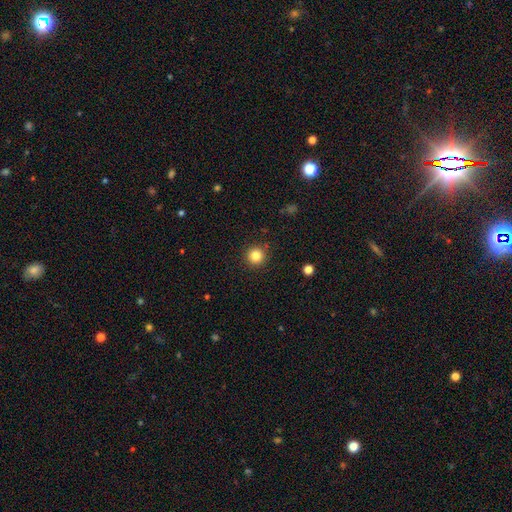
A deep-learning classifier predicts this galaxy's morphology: Q: Smooth or featured?
A: smooth (83%); runner-up: star or artifact (11%)
Q: How rounded?
A: round (95%); runner-up: in between (4%)
Q: Merging?
A: none (91%); runner-up: minor disturbance (6%)